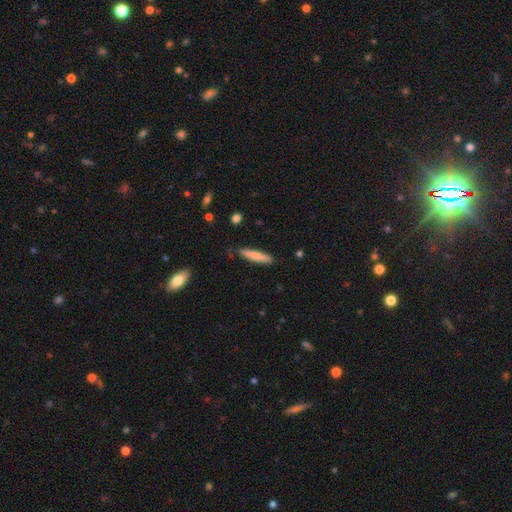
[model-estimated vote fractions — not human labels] smooth 76%, featured or disk 19%, star or artifact 6%. Down the decision tree: how rounded — cigar-shaped (88%); merging — none (83%).